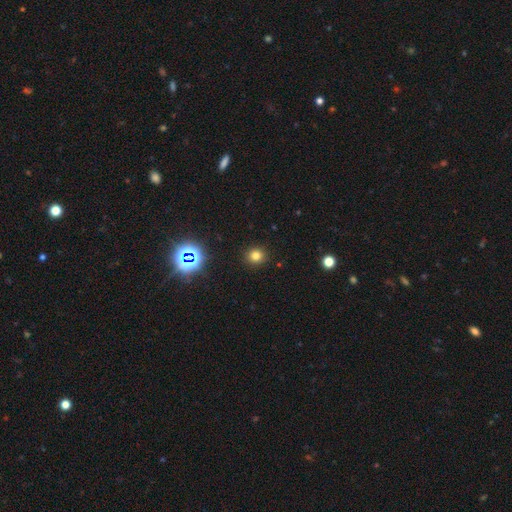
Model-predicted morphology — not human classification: smooth-or-featured: smooth: 74% | star or artifact: 20% | featured or disk: 6%
  how-rounded: round: 90% | in between: 9% | cigar-shaped: 1%
  merging: none: 91% | minor disturbance: 5% | major disturbance: 2% | merger: 1%